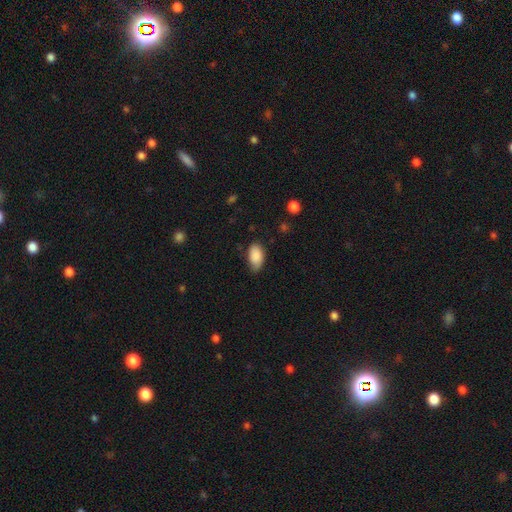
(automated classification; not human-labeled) A smooth galaxy with no disk features (88%) that is in between round and cigar-shaped (94%). Merging: none (69%).